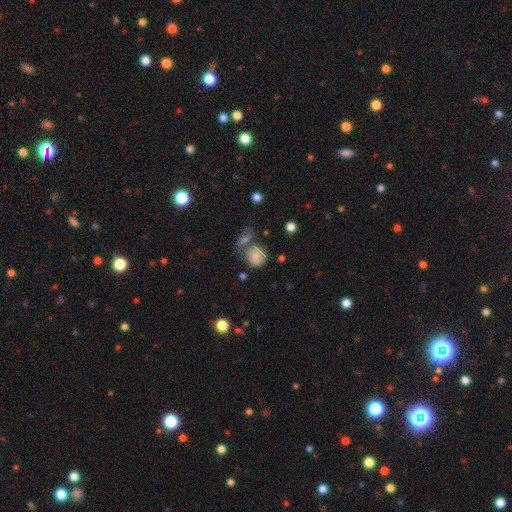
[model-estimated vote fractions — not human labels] Smooth or featured?
  - smooth: 79% *
  - featured or disk: 11%
  - star or artifact: 10%
How rounded?
  - round: 78% *
  - in between: 21%
  - cigar-shaped: 1%
Merging?
  - none: 49% *
  - merger: 29%
  - minor disturbance: 16%
  - major disturbance: 7%